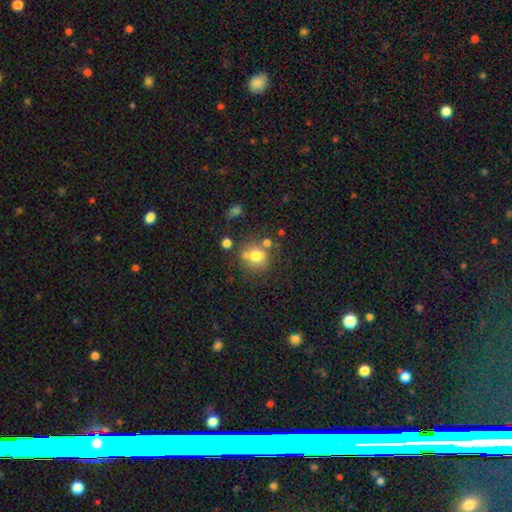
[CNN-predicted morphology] Smooth or featured: smooth — 70% (featured or disk — 17%)
How rounded: round — 82% (in between — 17%)
Merging: none — 60% (merger — 21%)